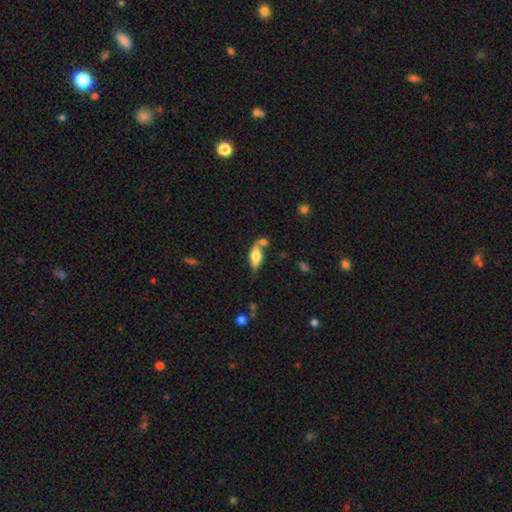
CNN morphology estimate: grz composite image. It shows a smooth galaxy with no disk features (54%) that is in between round and cigar-shaped (67%). Merging: none (54%).